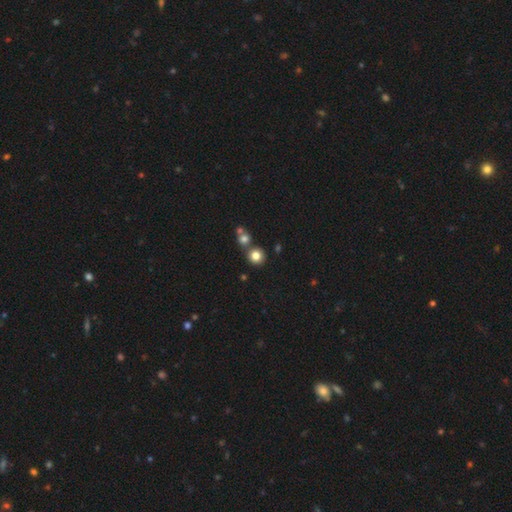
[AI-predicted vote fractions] Overall: smooth (81%). How rounded: round (91%). Merging: none (72%).